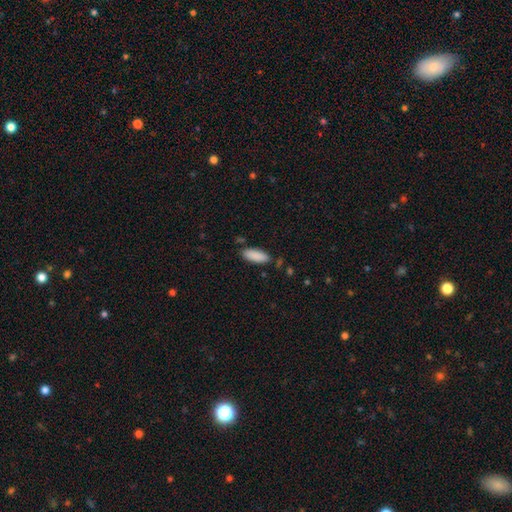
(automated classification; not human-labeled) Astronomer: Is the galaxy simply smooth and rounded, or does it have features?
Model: smooth — 89%.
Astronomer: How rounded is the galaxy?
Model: in between — 76%.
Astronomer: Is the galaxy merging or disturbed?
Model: none — 82%.